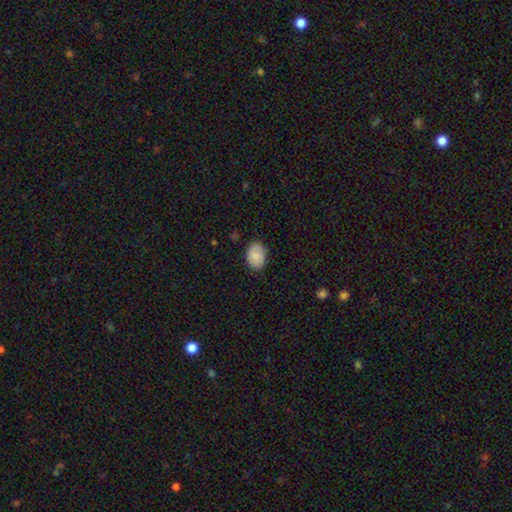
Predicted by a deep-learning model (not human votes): A smooth galaxy with no disk features (86%) that is in between round and cigar-shaped (83%).

Vote fractions:
- Smooth or featured? smooth: 86% / featured or disk: 8% / star or artifact: 7%
- How rounded? in between: 83% / round: 16% / cigar-shaped: 1%
- Merging? none: 82% / minor disturbance: 14% / major disturbance: 3% / merger: 1%